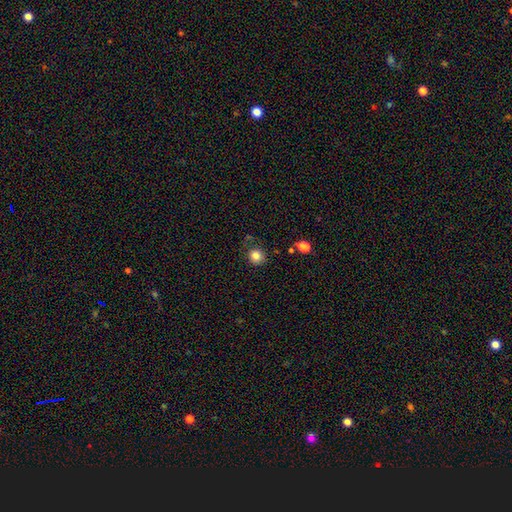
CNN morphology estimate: A smooth galaxy with no disk features (82%) that is round (87%).

Vote fractions:
- Smooth or featured? smooth: 82% / star or artifact: 12% / featured or disk: 6%
- How rounded? round: 87% / in between: 12% / cigar-shaped: 1%
- Merging? none: 82% / minor disturbance: 12% / major disturbance: 3% / merger: 3%